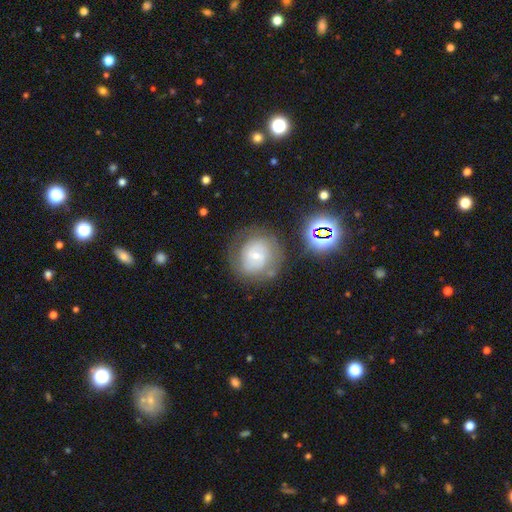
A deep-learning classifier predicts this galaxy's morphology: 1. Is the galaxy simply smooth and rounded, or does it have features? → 50% featured or disk, 39% smooth, 11% star or artifact.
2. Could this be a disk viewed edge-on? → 97% no, 3% yes.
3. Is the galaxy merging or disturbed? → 65% none, 18% minor disturbance, 10% major disturbance, 7% merger.